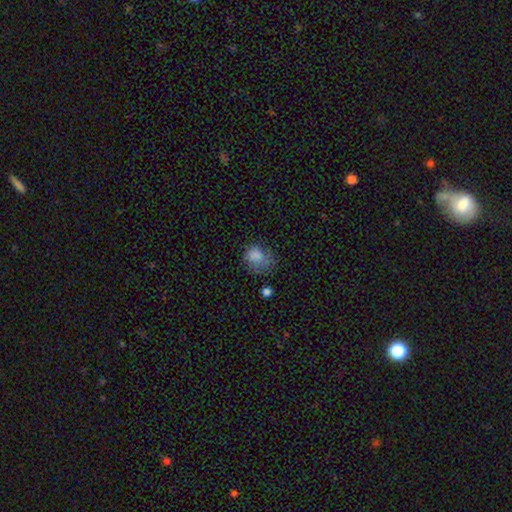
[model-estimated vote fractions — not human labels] smooth_or_featured: smooth (p=0.76) [alt: featured or disk p=0.13]
how_rounded: round (p=0.55) [alt: in between p=0.44]
merging: none (p=0.40) [alt: minor disturbance p=0.30]